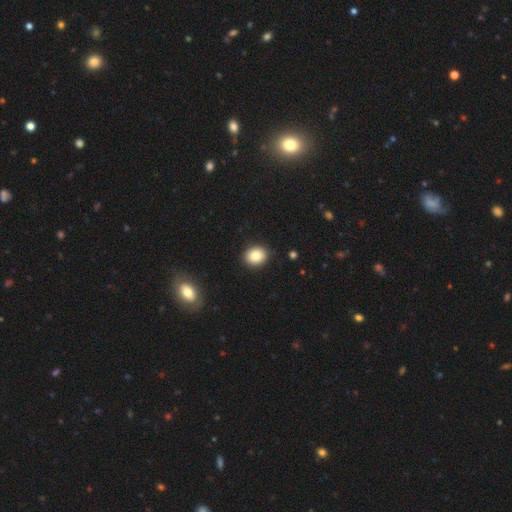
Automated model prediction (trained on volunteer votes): smooth_or_featured: smooth (p=0.85) [alt: star or artifact p=0.09]
how_rounded: round (p=0.63) [alt: in between p=0.36]
merging: none (p=0.89) [alt: minor disturbance p=0.08]